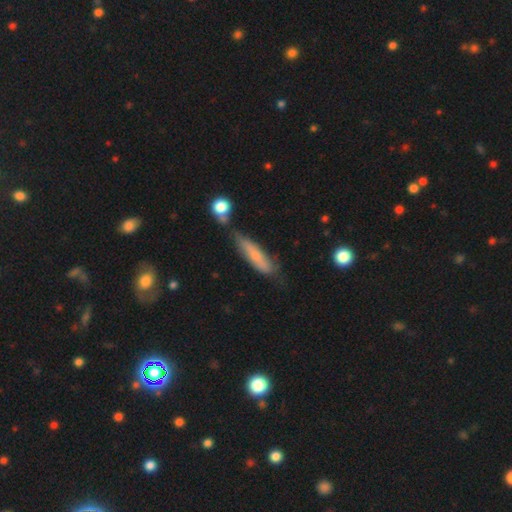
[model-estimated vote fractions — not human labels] This is likely a smooth galaxy (62%). How rounded: likely cigar-shaped (75%). Merging: possibly none (52%).